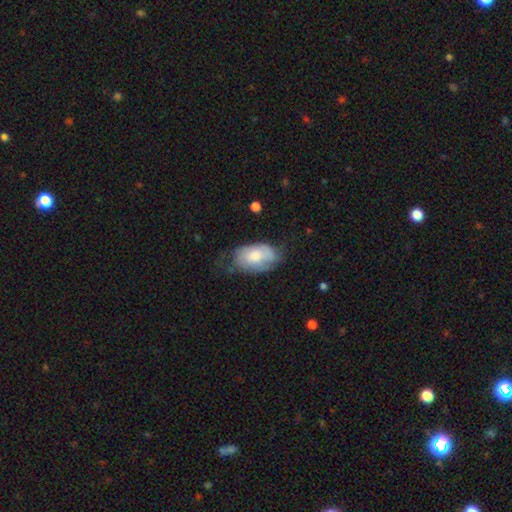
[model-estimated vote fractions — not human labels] Smooth or featured?
  - smooth: 64% *
  - featured or disk: 29%
  - star or artifact: 6%
How rounded?
  - in between: 92% *
  - round: 6%
  - cigar-shaped: 1%
Merging?
  - none: 46% *
  - minor disturbance: 36%
  - major disturbance: 16%
  - merger: 2%